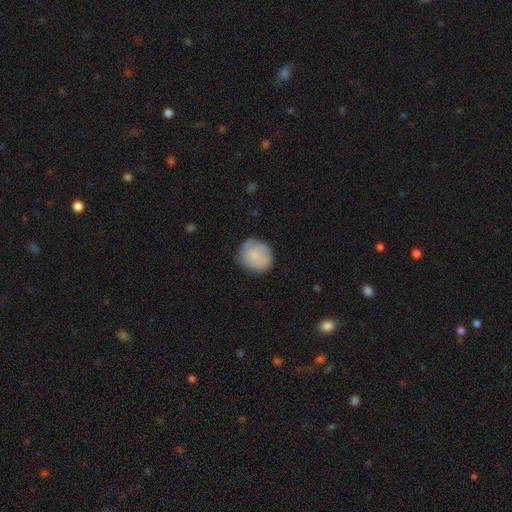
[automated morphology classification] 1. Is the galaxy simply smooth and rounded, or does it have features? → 80% smooth, 13% featured or disk, 7% star or artifact.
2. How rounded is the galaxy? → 81% round, 18% in between, 1% cigar-shaped.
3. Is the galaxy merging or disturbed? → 70% none, 23% minor disturbance, 6% major disturbance, 1% merger.